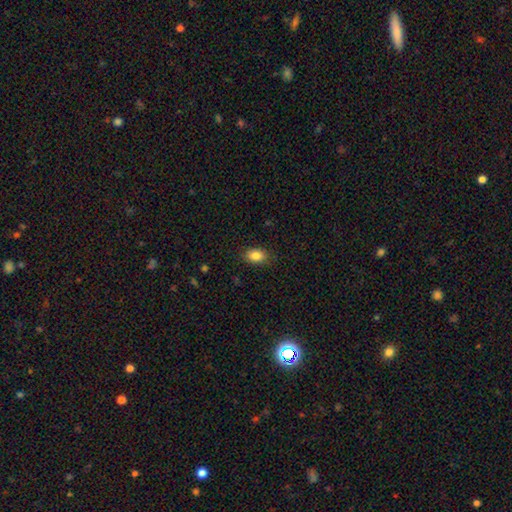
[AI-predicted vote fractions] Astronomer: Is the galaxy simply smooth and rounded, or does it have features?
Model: smooth — 85%.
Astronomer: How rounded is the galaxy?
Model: in between — 82%.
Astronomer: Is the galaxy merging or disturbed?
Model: none — 85%.